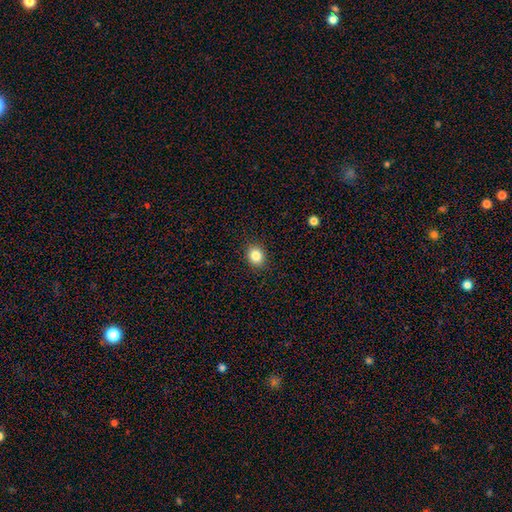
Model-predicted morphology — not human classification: smooth_or_featured: smooth (p=0.85) [alt: star or artifact p=0.10]
how_rounded: round (p=0.61) [alt: in between p=0.38]
merging: none (p=0.90) [alt: minor disturbance p=0.07]